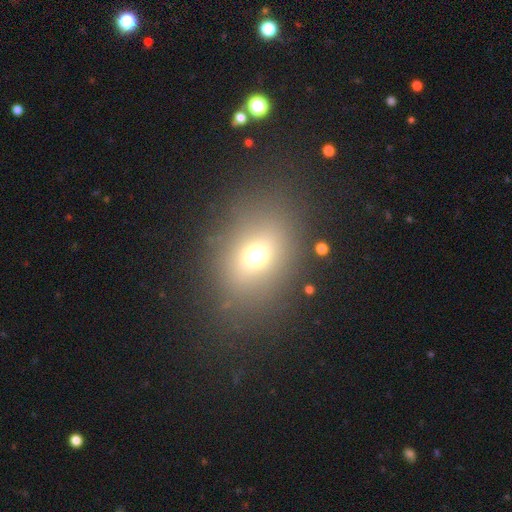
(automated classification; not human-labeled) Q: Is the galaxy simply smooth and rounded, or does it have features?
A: smooth — 65%.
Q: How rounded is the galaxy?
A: in between — 56%.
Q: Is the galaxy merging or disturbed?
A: none — 80%.